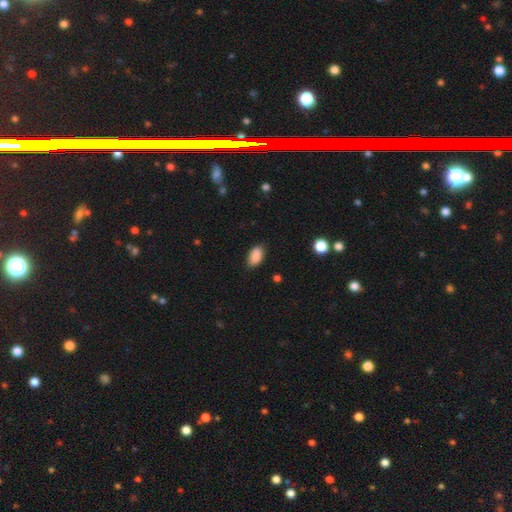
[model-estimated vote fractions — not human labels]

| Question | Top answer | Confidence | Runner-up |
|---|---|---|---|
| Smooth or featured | smooth | 89% | star or artifact (8%) |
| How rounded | in between | 92% | round (5%) |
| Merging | none | 82% | minor disturbance (15%) |